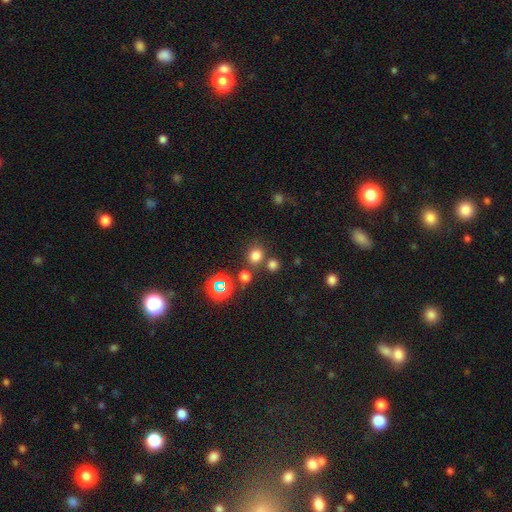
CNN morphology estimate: type=smooth (72%); roundness=round (81%); merging=none (74%).